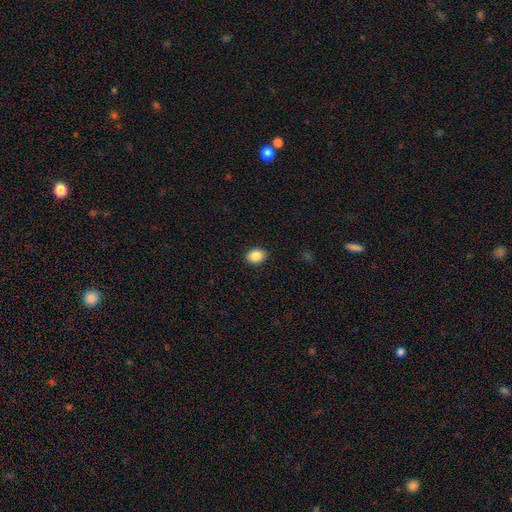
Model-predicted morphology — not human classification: Overall: smooth (87%). How rounded: in between (56%; round 43%). Merging: none (91%).